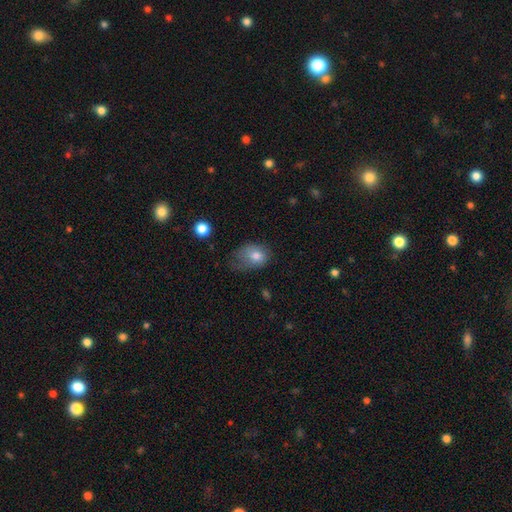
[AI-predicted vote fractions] Q: Smooth or featured?
A: smooth (77%); runner-up: featured or disk (14%)
Q: How rounded?
A: in between (68%); runner-up: round (31%)
Q: Merging?
A: minor disturbance (38%); runner-up: none (32%)